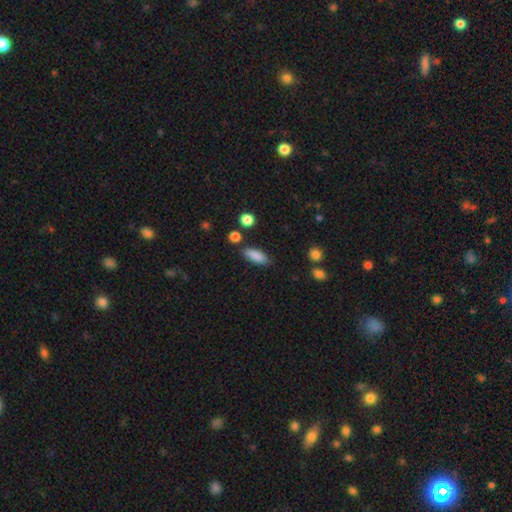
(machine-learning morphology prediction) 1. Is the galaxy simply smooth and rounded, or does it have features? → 86% smooth, 8% star or artifact, 6% featured or disk.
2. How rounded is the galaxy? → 66% in between, 31% cigar-shaped, 3% round.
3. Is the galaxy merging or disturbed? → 80% none, 12% minor disturbance, 4% merger, 3% major disturbance.